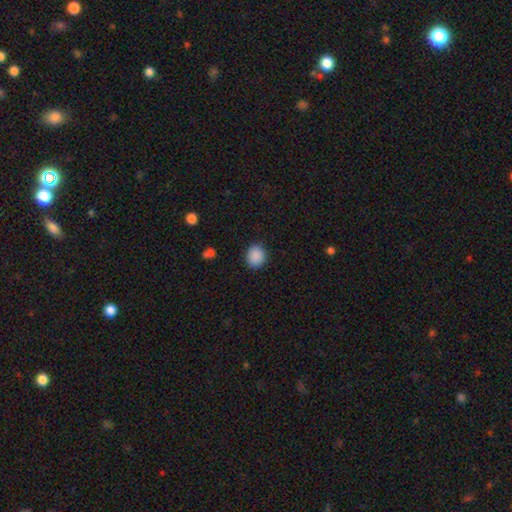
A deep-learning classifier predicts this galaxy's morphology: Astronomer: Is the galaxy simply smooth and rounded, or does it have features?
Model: smooth — 89%.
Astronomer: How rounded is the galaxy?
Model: round — 69%.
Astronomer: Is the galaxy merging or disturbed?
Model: none — 88%.